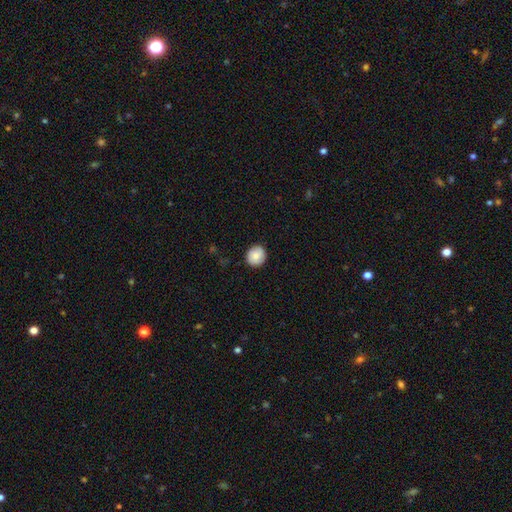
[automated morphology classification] A smooth galaxy with no disk features (85%) that is round (84%).

Vote fractions:
- Smooth or featured? smooth: 85% / star or artifact: 7% / featured or disk: 7%
- How rounded? round: 84% / in between: 15% / cigar-shaped: 1%
- Merging? none: 88% / minor disturbance: 9% / major disturbance: 2% / merger: 1%